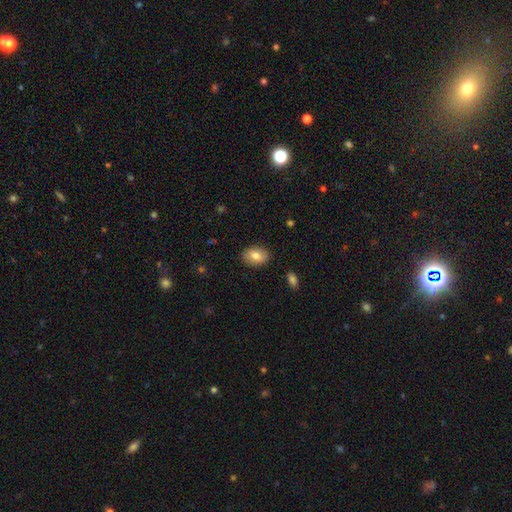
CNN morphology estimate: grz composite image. It shows a smooth galaxy with no disk features (79%) that is in between round and cigar-shaped (80%). Merging: none (87%).